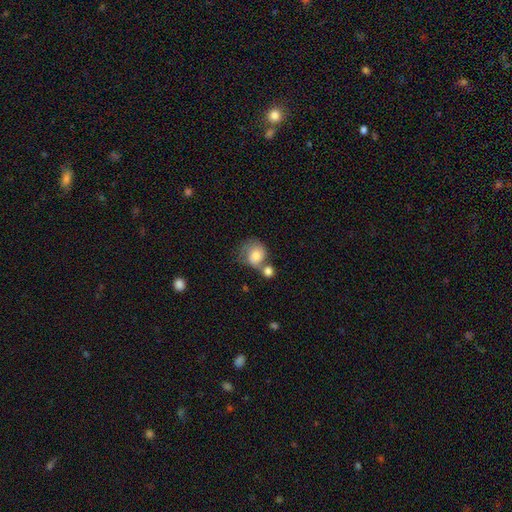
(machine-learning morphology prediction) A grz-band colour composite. It shows a smooth galaxy with no disk features (68%) that is round (71%). Merging: merger (41%).